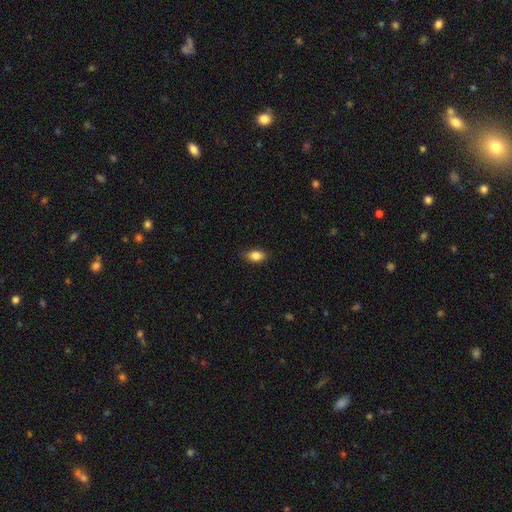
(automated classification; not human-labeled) Q: Smooth or featured?
A: smooth (85%); runner-up: star or artifact (8%)
Q: How rounded?
A: in between (86%); runner-up: round (10%)
Q: Merging?
A: none (82%); runner-up: minor disturbance (14%)